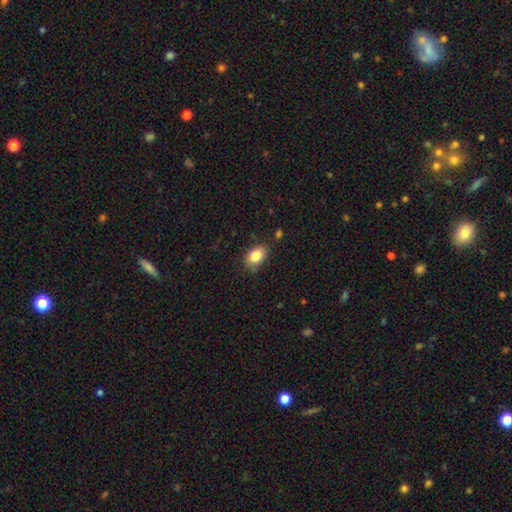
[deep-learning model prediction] Morphology: type=smooth (84%); roundness=in between (86%); merging=none (79%).